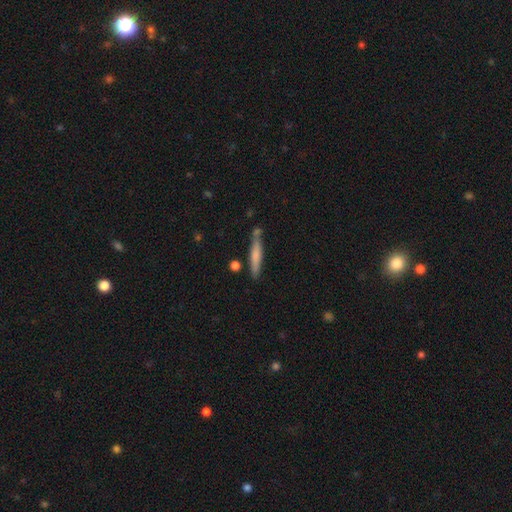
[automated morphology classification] A smooth galaxy with no disk features (64%) that is cigar-shaped (93%). Merging: none (74%).